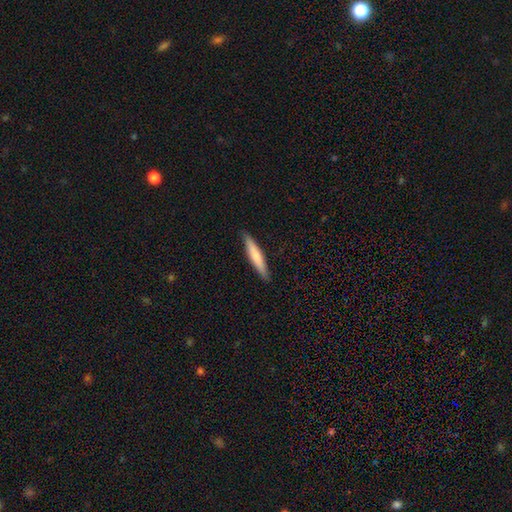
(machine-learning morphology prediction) smooth_or_featured: smooth (p=0.69) [alt: featured or disk p=0.26]
how_rounded: cigar-shaped (p=0.92) [alt: in between p=0.07]
merging: none (p=0.90) [alt: minor disturbance p=0.08]